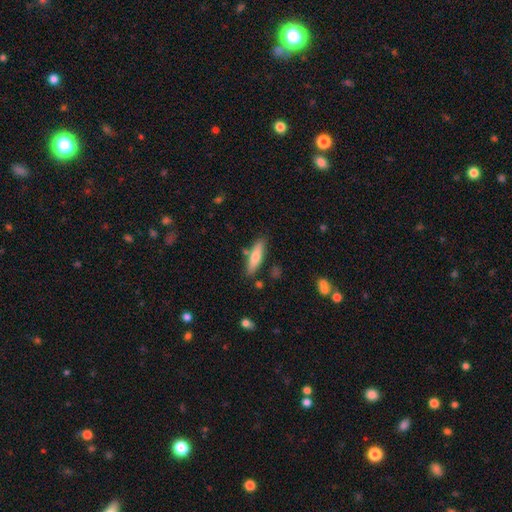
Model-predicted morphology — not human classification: type=smooth (70%); roundness=cigar-shaped (68%); merging=none (80%).